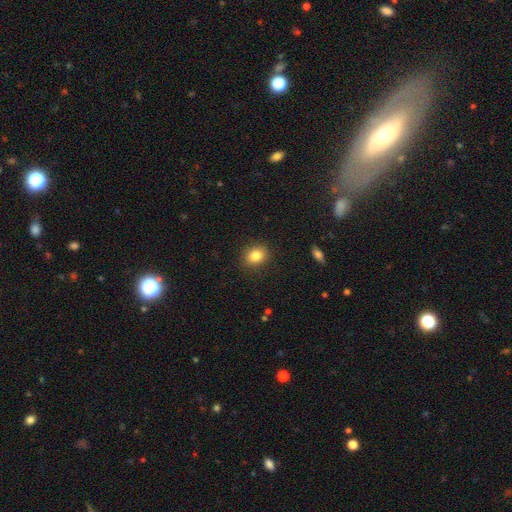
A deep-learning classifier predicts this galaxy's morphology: Smooth or featured? smooth (84%)
How rounded? round (54%)
Merging? none (88%)